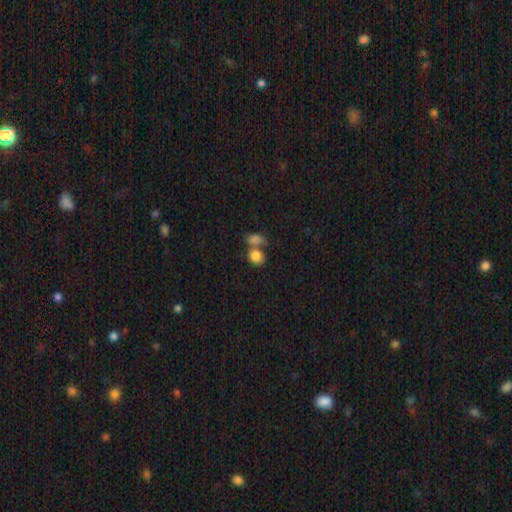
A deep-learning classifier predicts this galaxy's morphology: Smooth or featured? Predicted: smooth (p=0.83). How rounded? Predicted: in between (p=0.50). Merging? Predicted: merger (p=0.49).